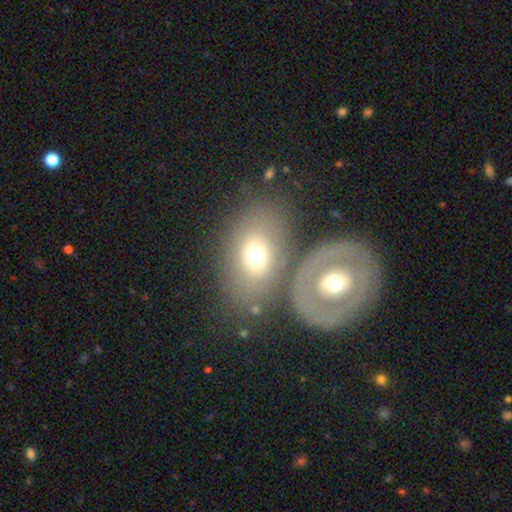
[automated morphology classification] Smooth or featured? Predicted: smooth (p=0.56). How rounded? Predicted: in between (p=0.76). Merging? Predicted: none (p=0.48).